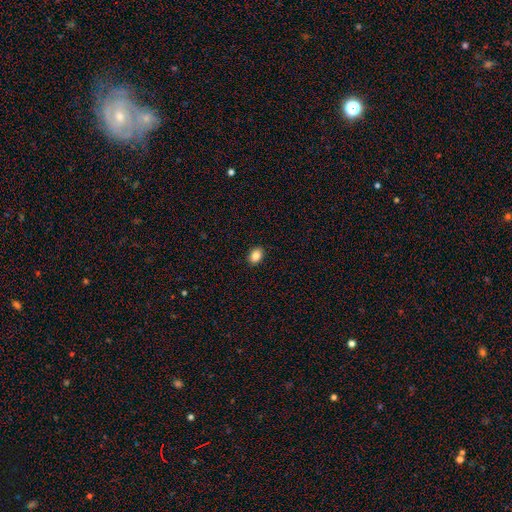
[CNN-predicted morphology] Overall: smooth (87%). How rounded: in between (72%). Merging: none (91%).